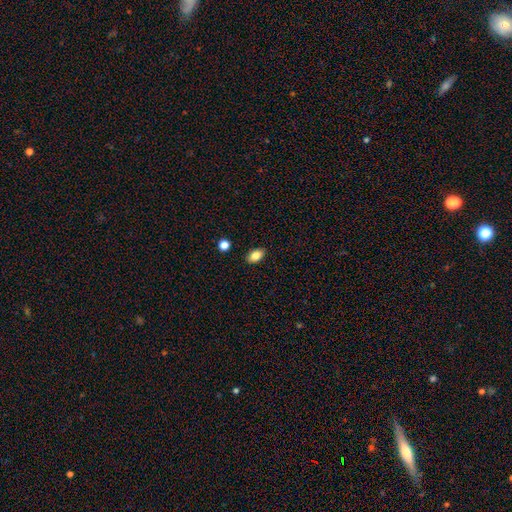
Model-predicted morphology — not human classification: type=smooth (83%); roundness=in between (89%); merging=none (88%).